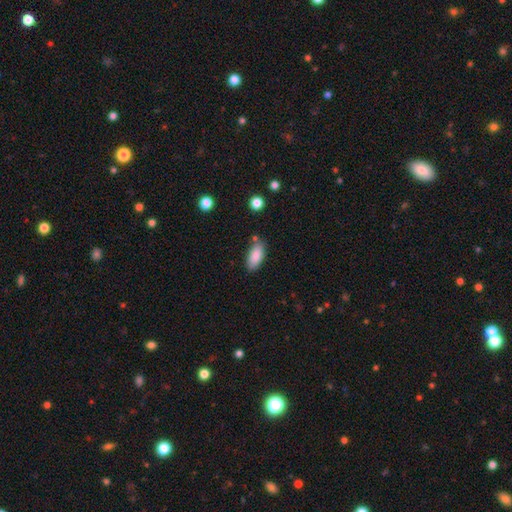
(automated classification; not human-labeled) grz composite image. It shows a smooth galaxy with no disk features (87%) that is in between round and cigar-shaped (89%). Merging: none (73%).